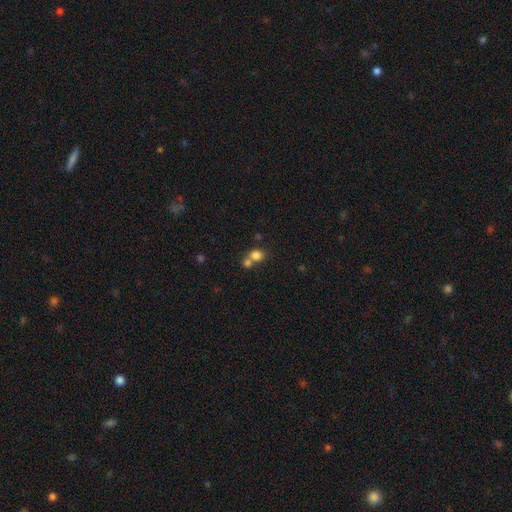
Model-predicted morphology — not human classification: Q: Smooth or featured?
A: smooth (79%); runner-up: star or artifact (12%)
Q: How rounded?
A: round (69%); runner-up: in between (30%)
Q: Merging?
A: merger (50%); runner-up: none (40%)